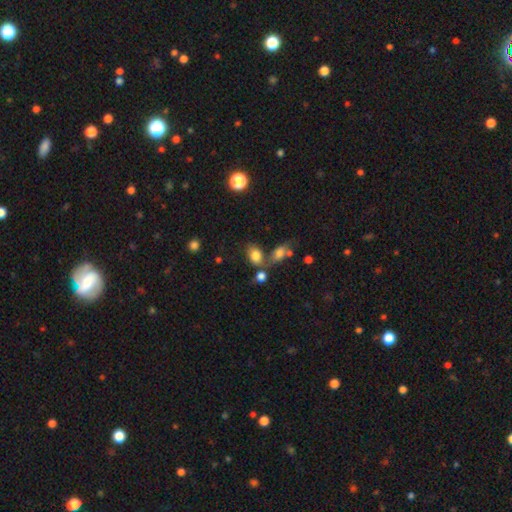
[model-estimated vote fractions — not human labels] The model was most divided on "merging": none: 44%, merger: 34%, minor disturbance: 14%, major disturbance: 8%. More confident: smooth or featured — smooth (79%); how rounded — in between (73%).